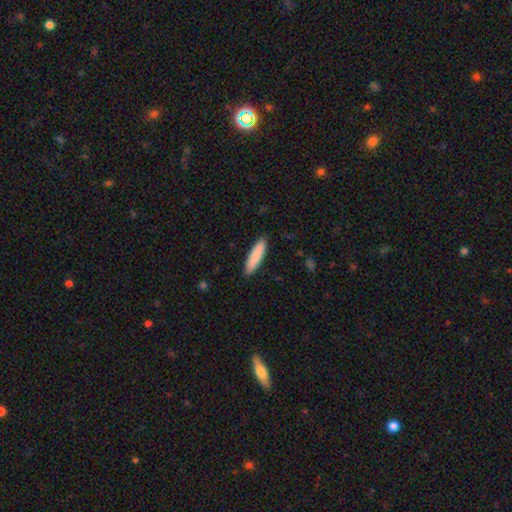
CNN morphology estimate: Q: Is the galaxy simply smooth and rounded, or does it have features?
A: smooth — 88%.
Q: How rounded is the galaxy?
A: cigar-shaped — 74%.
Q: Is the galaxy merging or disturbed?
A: none — 90%.